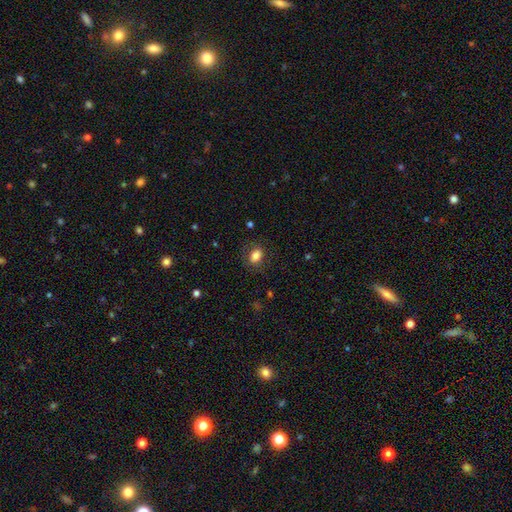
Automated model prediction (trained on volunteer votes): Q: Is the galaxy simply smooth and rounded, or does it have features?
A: smooth — 82%.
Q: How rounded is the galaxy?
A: in between — 77%.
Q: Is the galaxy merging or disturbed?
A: none — 79%.